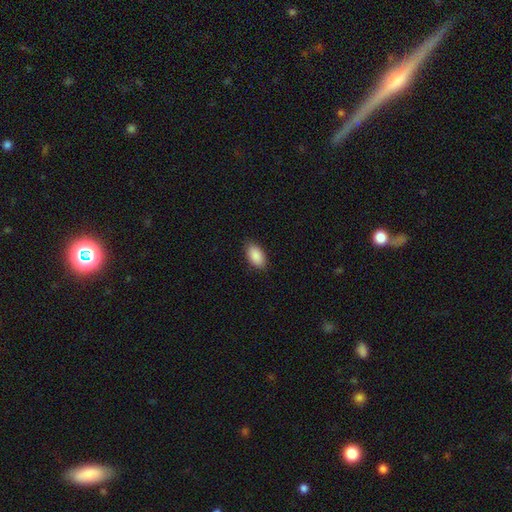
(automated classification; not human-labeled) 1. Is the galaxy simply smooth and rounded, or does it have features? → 90% smooth, 6% star or artifact, 4% featured or disk.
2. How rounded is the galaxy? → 94% in between, 4% round, 2% cigar-shaped.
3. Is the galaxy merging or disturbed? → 86% none, 10% minor disturbance, 2% major disturbance, 1% merger.